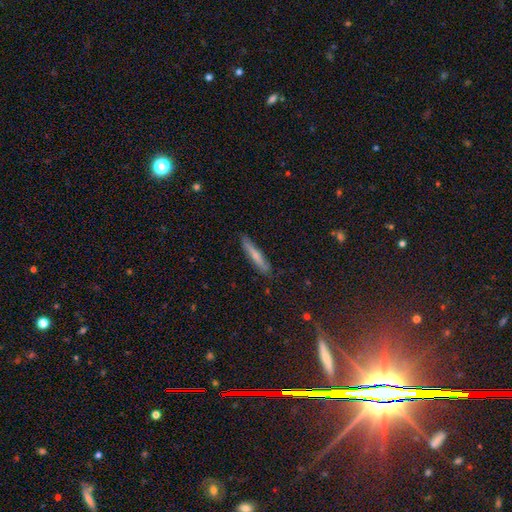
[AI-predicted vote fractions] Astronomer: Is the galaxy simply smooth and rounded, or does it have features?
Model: smooth — 64%.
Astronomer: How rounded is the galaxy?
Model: cigar-shaped — 93%.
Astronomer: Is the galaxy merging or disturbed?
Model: none — 85%.